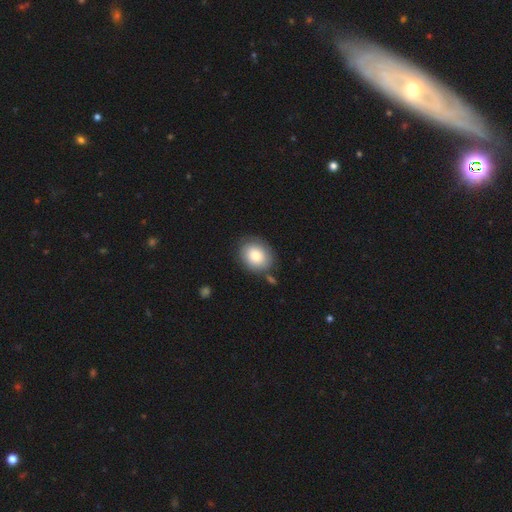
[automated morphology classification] smooth-or-featured: smooth: 79% | featured or disk: 14% | star or artifact: 7%
  how-rounded: round: 51% | in between: 48% | cigar-shaped: 1%
  merging: none: 77% | minor disturbance: 14% | merger: 5% | major disturbance: 4%